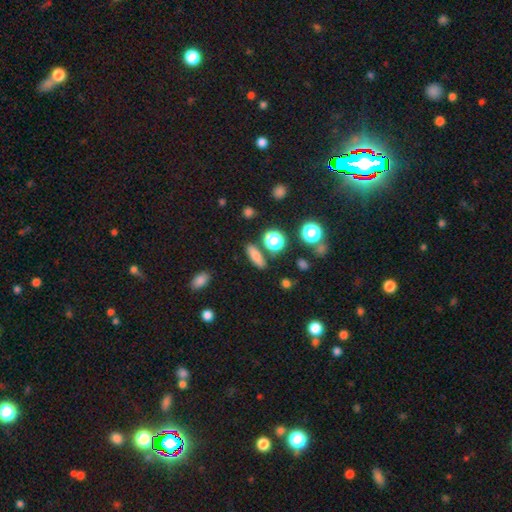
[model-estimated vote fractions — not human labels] Morphology: type=smooth (77%); roundness=in between (46%); merging=none (82%).